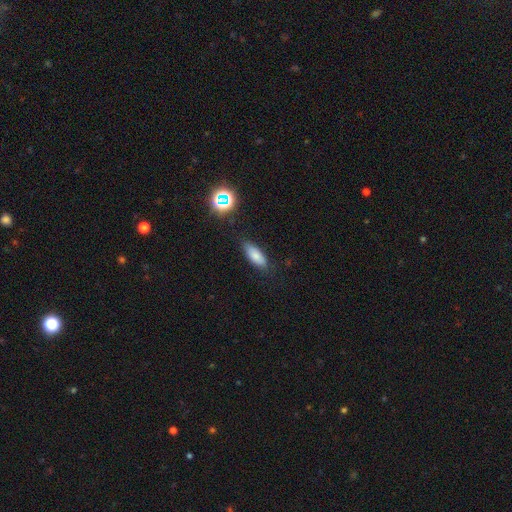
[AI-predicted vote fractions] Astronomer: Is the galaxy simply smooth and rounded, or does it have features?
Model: smooth — 77%.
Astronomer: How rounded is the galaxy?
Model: in between — 72%.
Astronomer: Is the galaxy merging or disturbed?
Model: none — 79%.